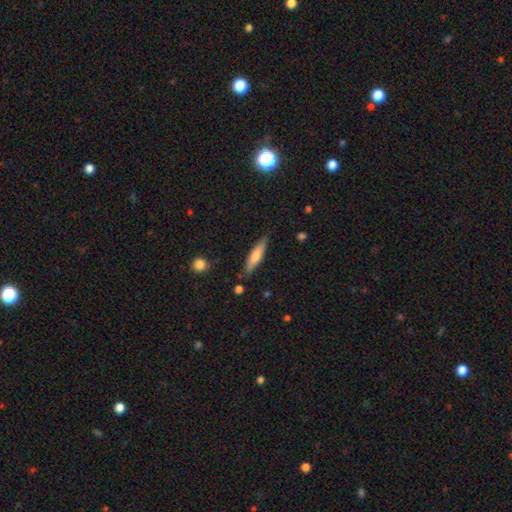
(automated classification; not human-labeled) A smooth galaxy with no disk features (65%) that is cigar-shaped (77%). Merging: none (84%).